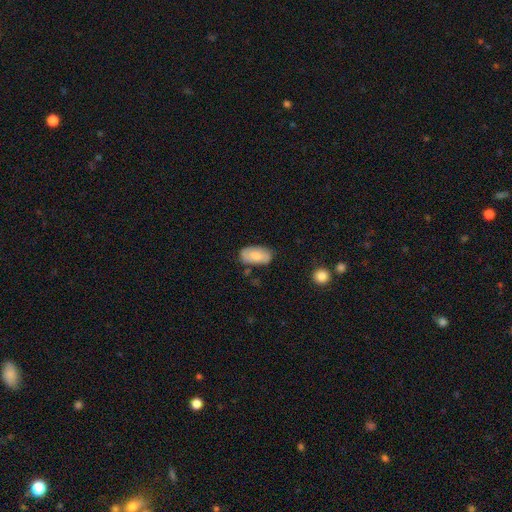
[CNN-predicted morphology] This appears to be a smooth galaxy with no disk features (73%) that is in between round and cigar-shaped (94%). Merging: none (74%).